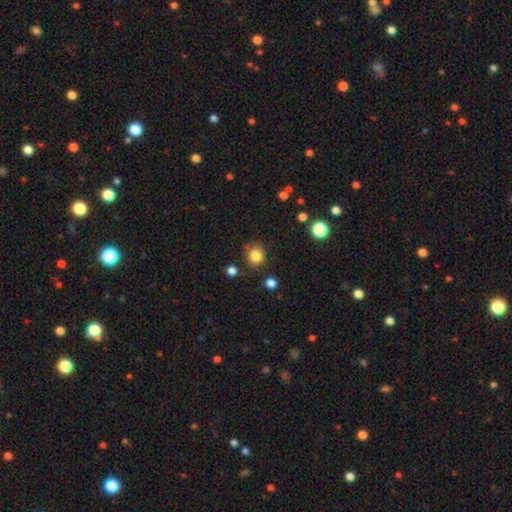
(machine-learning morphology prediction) Q: Smooth or featured?
A: smooth (84%); runner-up: star or artifact (12%)
Q: How rounded?
A: round (88%); runner-up: in between (11%)
Q: Merging?
A: none (82%); runner-up: minor disturbance (11%)